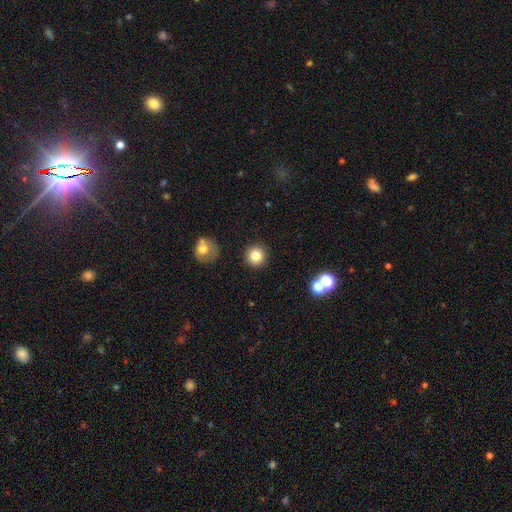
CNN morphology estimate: Smooth or featured?
  - smooth: 82% *
  - star or artifact: 11%
  - featured or disk: 7%
How rounded?
  - round: 95% *
  - in between: 4%
  - cigar-shaped: 1%
Merging?
  - none: 90% *
  - minor disturbance: 6%
  - merger: 2%
  - major disturbance: 2%